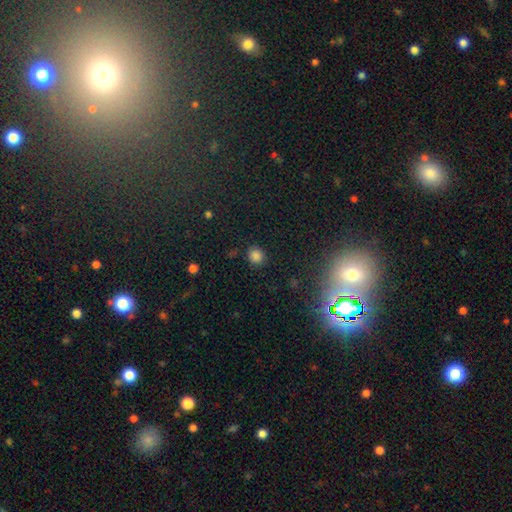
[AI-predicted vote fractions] Overall: smooth (82%). How rounded: round (81%). Merging: none (85%).